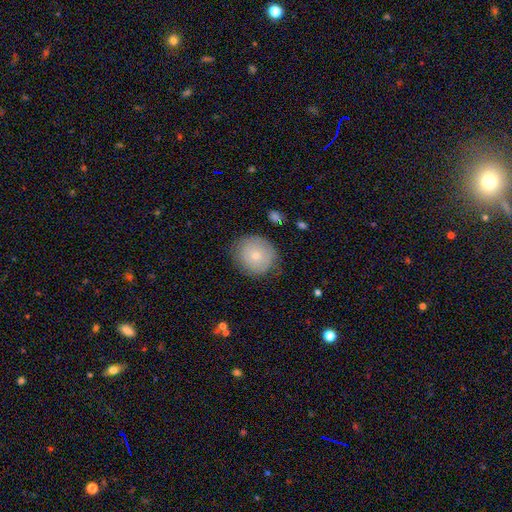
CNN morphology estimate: A smooth galaxy with no disk features (68%) that is round (85%).

Vote fractions:
- Smooth or featured? smooth: 68% / featured or disk: 25% / star or artifact: 7%
- How rounded? round: 85% / in between: 14% / cigar-shaped: 1%
- Merging? none: 75% / minor disturbance: 19% / major disturbance: 5% / merger: 1%